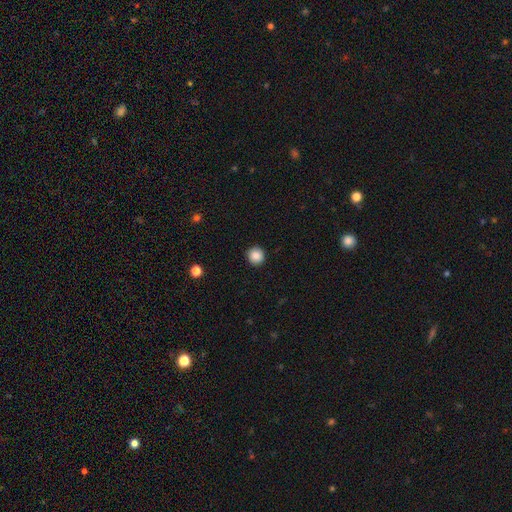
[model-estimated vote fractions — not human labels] This appears to be a smooth galaxy with no disk features (87%) that is round (94%). Merging: none (92%).